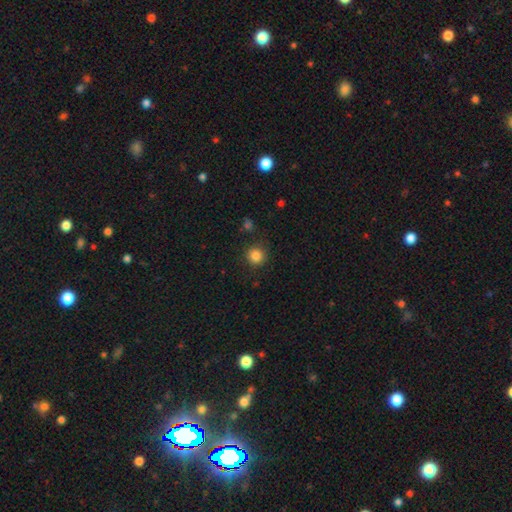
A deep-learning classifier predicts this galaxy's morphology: type=smooth (85%); roundness=round (93%); merging=none (88%).